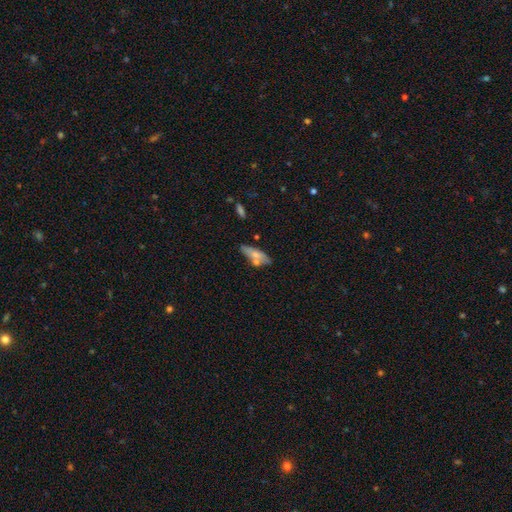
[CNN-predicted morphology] smooth 64%, featured or disk 29%, star or artifact 7%. Down the decision tree: how rounded — in between (55%); merging — none (62%).